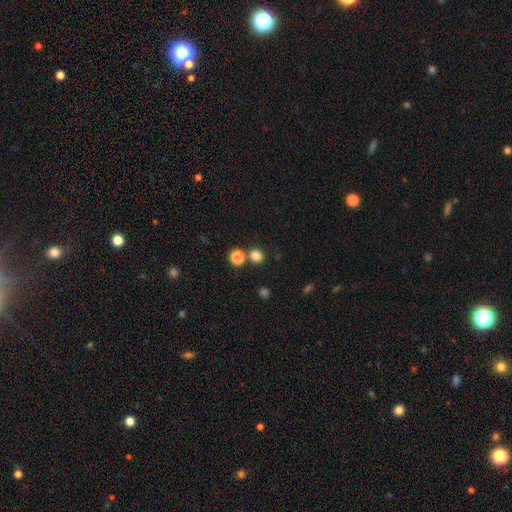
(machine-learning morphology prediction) Smooth or featured: smooth — 81% (star or artifact — 14%)
How rounded: round — 79% (in between — 20%)
Merging: none — 70% (merger — 19%)